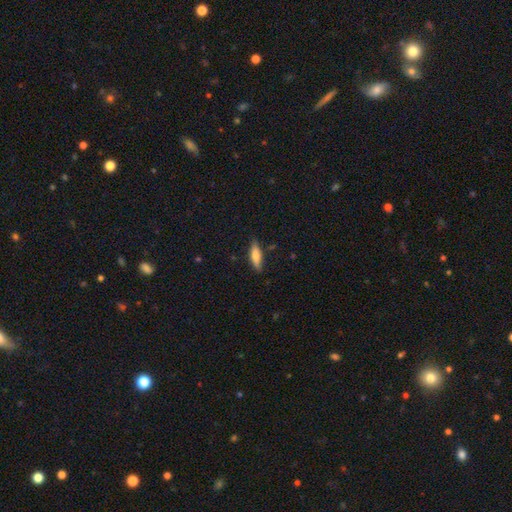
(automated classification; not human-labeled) Overall: smooth (70%). How rounded: cigar-shaped (57%; in between 41%). Merging: none (82%).